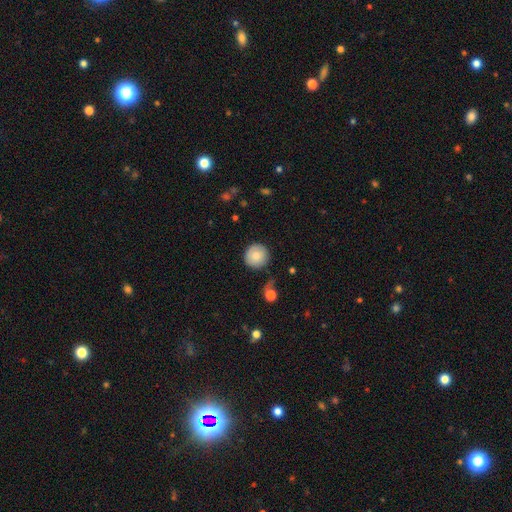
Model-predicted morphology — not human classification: Overall: smooth (82%). How rounded: round (95%). Merging: none (79%).